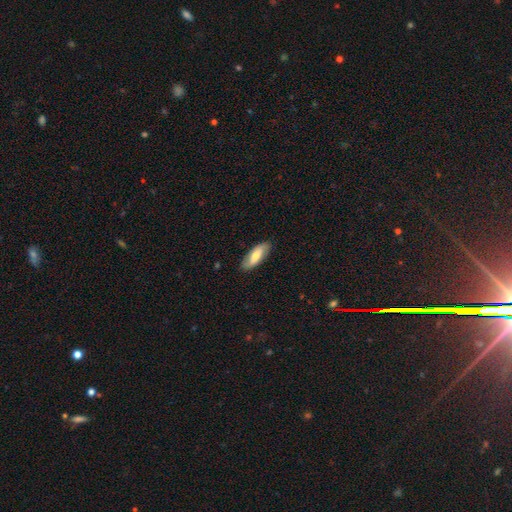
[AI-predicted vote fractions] Smooth or featured?
  - smooth: 62% *
  - featured or disk: 32%
  - star or artifact: 5%
How rounded?
  - in between: 71% *
  - cigar-shaped: 27%
  - round: 2%
Merging?
  - none: 86% *
  - minor disturbance: 11%
  - major disturbance: 2%
  - merger: 1%